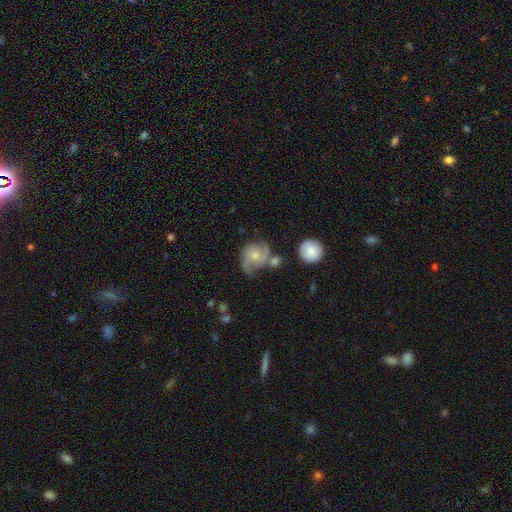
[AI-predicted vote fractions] Overall: featured or disk (72%). Edge-on disk: no (98%). Bar: no (71%). Spiral arms: yes (93%). Spiral arm count: 2 (64%). Spiral winding: medium (45%; loose 28%). Bulge size: moderate (52%; small 42%). Merging: none (47%; minor disturbance 24%).